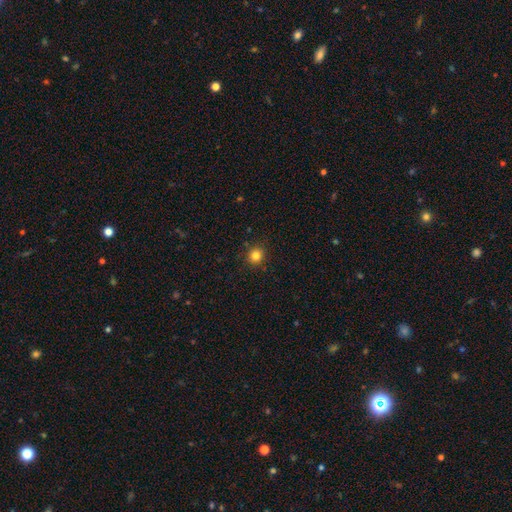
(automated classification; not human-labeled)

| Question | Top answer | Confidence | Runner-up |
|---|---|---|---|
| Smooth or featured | smooth | 82% | star or artifact (13%) |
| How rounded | round | 91% | in between (8%) |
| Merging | none | 90% | minor disturbance (7%) |